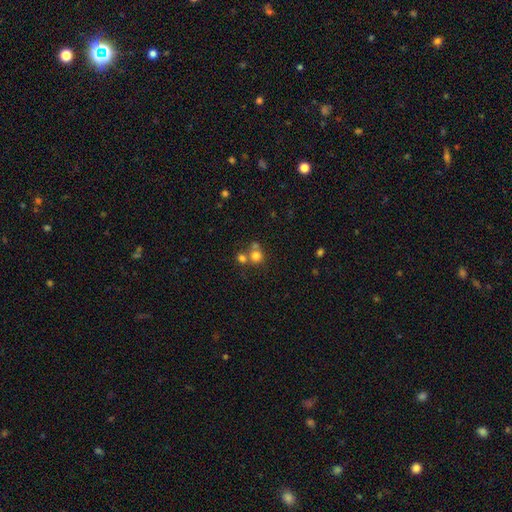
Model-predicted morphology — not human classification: smooth_or_featured: smooth (p=0.75) [alt: star or artifact p=0.14]
how_rounded: round (p=0.88) [alt: in between p=0.11]
merging: none (p=0.49) [alt: merger p=0.41]